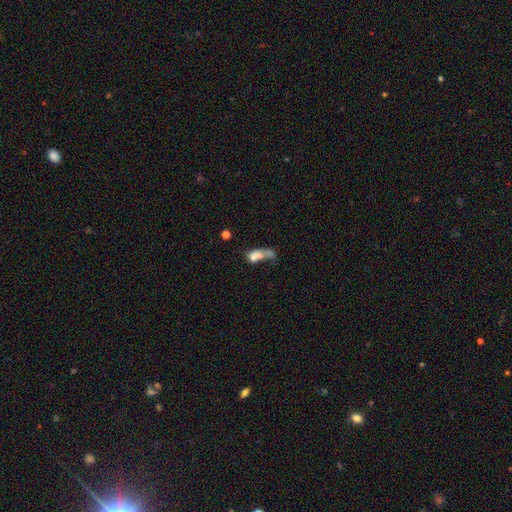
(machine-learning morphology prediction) Smooth or featured: smooth — 62% (featured or disk — 26%)
How rounded: in between — 70% (round — 17%)
Merging: merger — 48% (major disturbance — 25%)